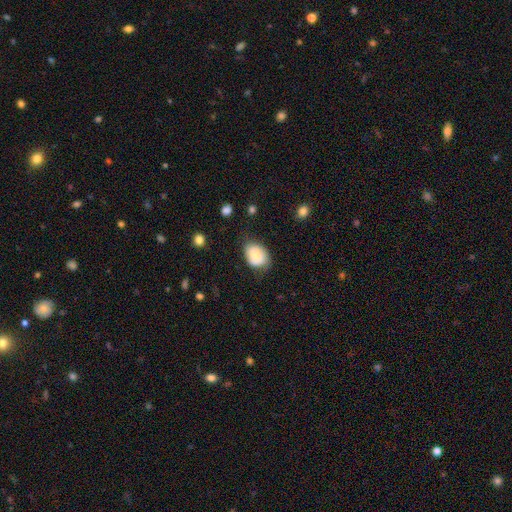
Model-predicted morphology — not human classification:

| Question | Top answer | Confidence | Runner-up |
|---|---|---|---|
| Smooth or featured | smooth | 79% | featured or disk (13%) |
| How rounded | in between | 70% | round (29%) |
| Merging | none | 61% | minor disturbance (29%) |